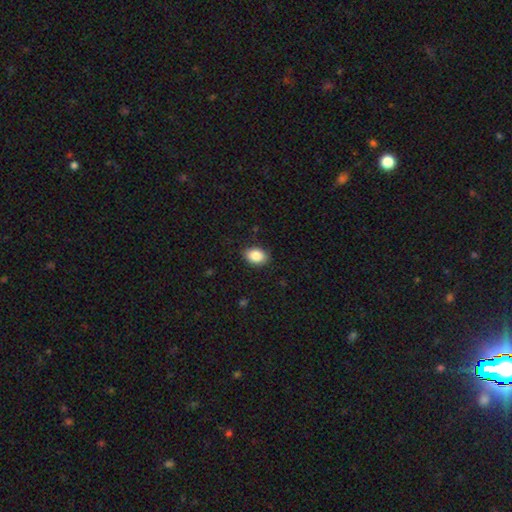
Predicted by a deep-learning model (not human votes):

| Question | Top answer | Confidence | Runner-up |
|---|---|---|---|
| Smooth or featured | smooth | 87% | star or artifact (8%) |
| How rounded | in between | 79% | round (20%) |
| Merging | none | 86% | minor disturbance (11%) |